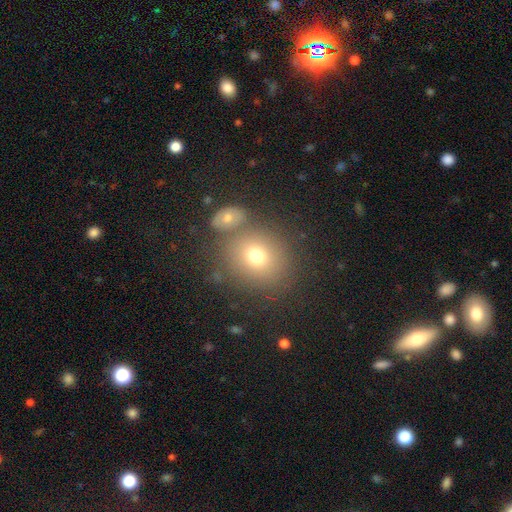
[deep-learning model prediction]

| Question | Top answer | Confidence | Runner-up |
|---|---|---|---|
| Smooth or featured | smooth | 72% | star or artifact (14%) |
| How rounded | round | 75% | in between (24%) |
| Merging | none | 70% | merger (15%) |